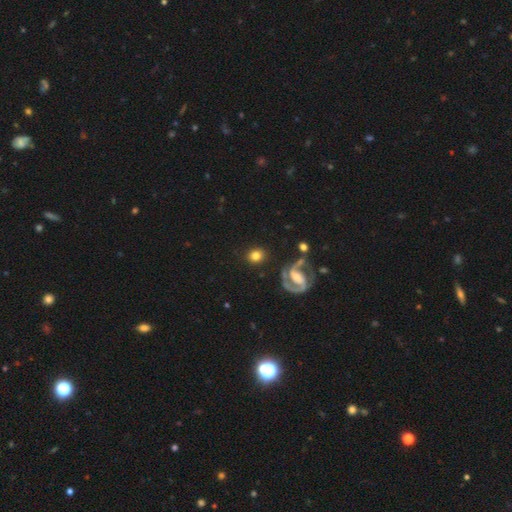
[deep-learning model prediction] A smooth galaxy with no disk features (68%) that is round (78%).

Vote fractions:
- Smooth or featured? smooth: 68% / featured or disk: 24% / star or artifact: 8%
- How rounded? round: 78% / in between: 21% / cigar-shaped: 1%
- Merging? none: 84% / minor disturbance: 9% / major disturbance: 4% / merger: 3%